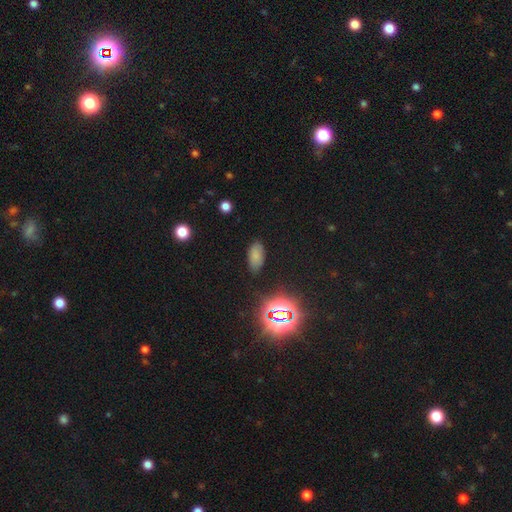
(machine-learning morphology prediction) Overall: smooth (74%). How rounded: in between (93%). Merging: none (83%).